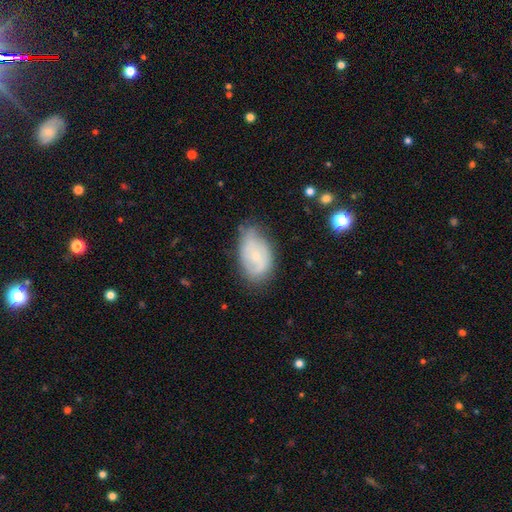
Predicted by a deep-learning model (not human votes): Smooth or featured: featured or disk — 52% (smooth — 40%)
Edge-on disk: no — 95% (yes — 5%)
Merging: none — 55% (minor disturbance — 33%)